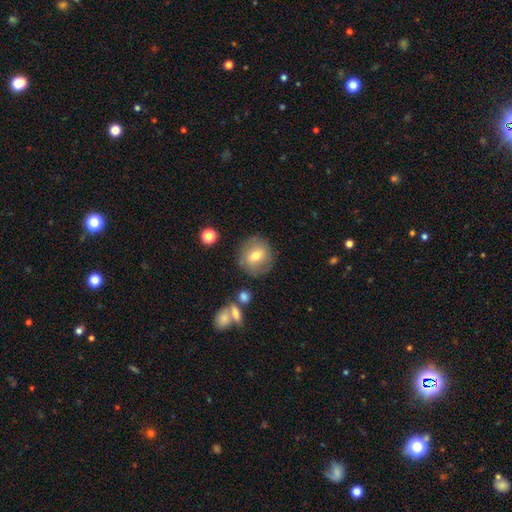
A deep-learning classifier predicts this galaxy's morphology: smooth 66%, featured or disk 25%, star or artifact 9%. Down the decision tree: how rounded — round (86%); merging — none (81%).